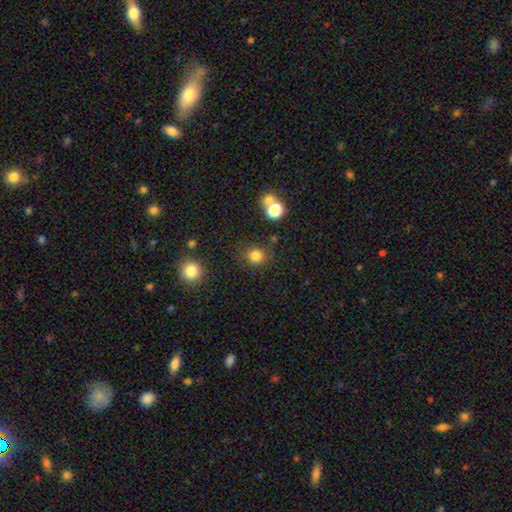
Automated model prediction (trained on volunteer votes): A smooth galaxy with no disk features (81%) that is round (86%).

Vote fractions:
- Smooth or featured? smooth: 81% / star or artifact: 14% / featured or disk: 5%
- How rounded? round: 86% / in between: 13% / cigar-shaped: 1%
- Merging? none: 79% / minor disturbance: 11% / merger: 5% / major disturbance: 4%